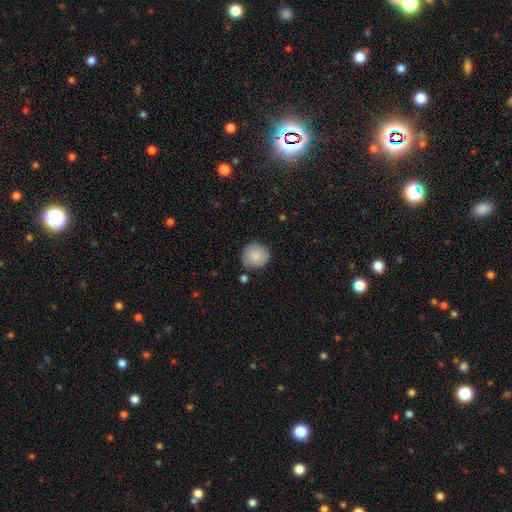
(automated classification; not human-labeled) Smooth or featured?
  - smooth: 84% *
  - featured or disk: 9%
  - star or artifact: 7%
How rounded?
  - round: 92% *
  - in between: 7%
  - cigar-shaped: 1%
Merging?
  - none: 78% *
  - minor disturbance: 14%
  - merger: 4%
  - major disturbance: 3%